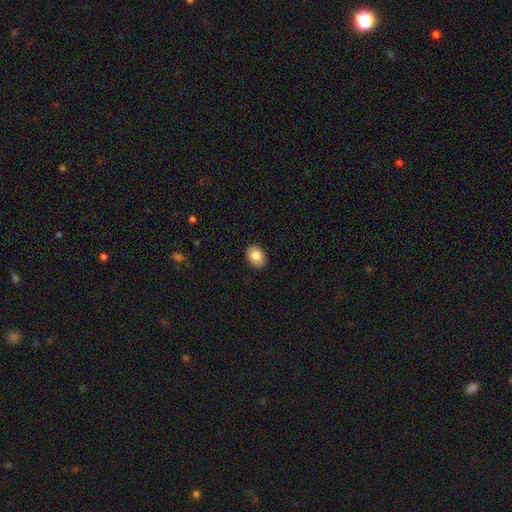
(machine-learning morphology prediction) A smooth galaxy with no disk features (83%) that is in between round and cigar-shaped (73%). Merging: none (88%).